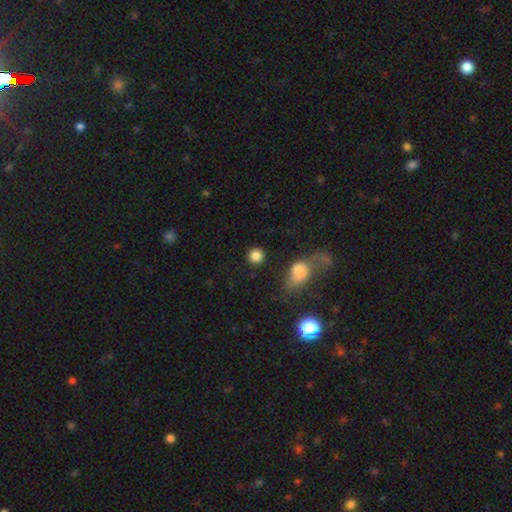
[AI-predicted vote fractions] A smooth galaxy with no disk features (84%) that is round (92%). Merging: none (84%).